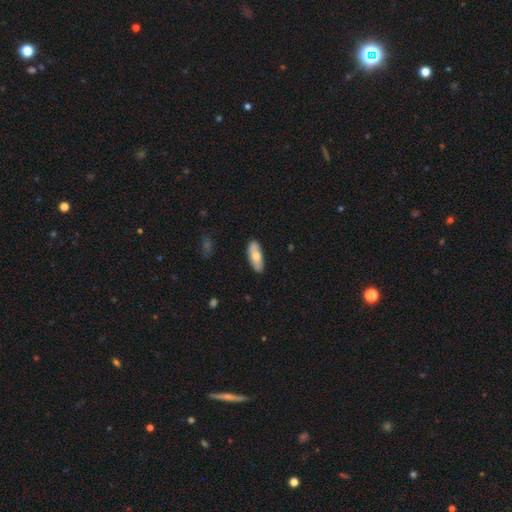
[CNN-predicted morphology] A smooth galaxy with no disk features (69%) that is in between round and cigar-shaped (75%). Merging: none (86%).